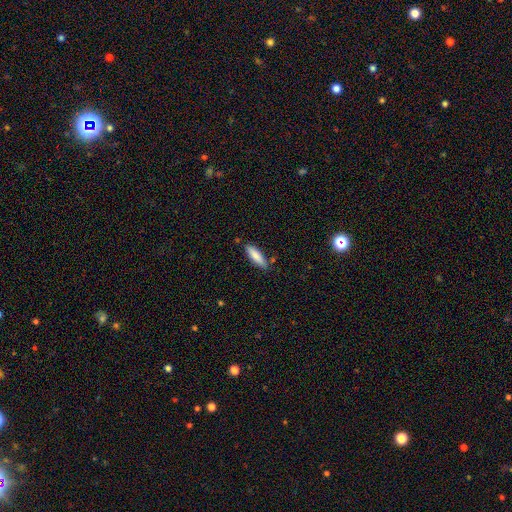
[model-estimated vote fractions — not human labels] A smooth galaxy with no disk features (82%) that is cigar-shaped (58%).

Vote fractions:
- Smooth or featured? smooth: 82% / featured or disk: 12% / star or artifact: 6%
- How rounded? cigar-shaped: 58% / in between: 41% / round: 1%
- Merging? none: 82% / minor disturbance: 13% / merger: 3% / major disturbance: 2%